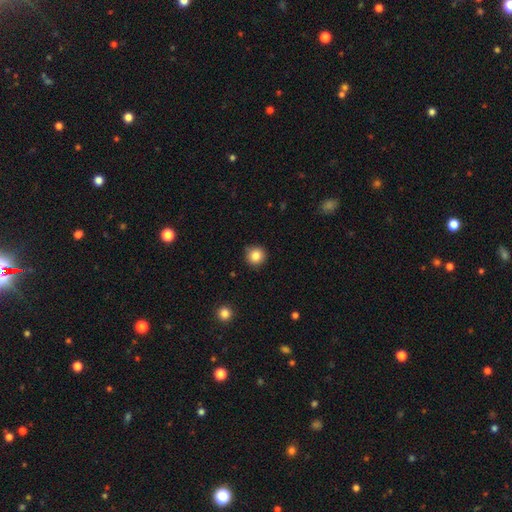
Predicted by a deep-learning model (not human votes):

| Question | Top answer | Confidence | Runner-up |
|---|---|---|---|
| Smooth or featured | smooth | 84% | star or artifact (10%) |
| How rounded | round | 94% | in between (5%) |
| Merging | none | 90% | minor disturbance (8%) |